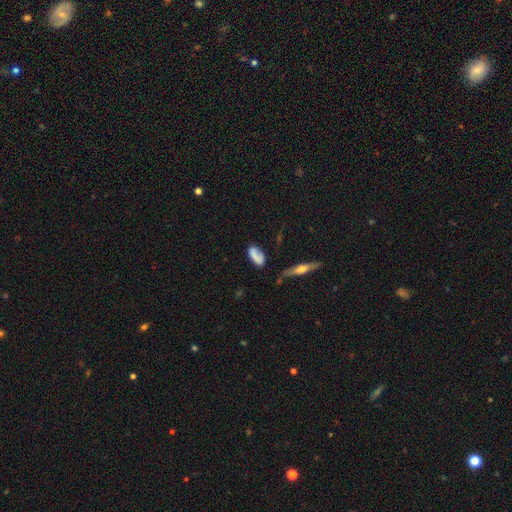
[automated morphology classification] Smooth or featured? smooth (69%)
How rounded? in between (85%)
Merging? none (64%)